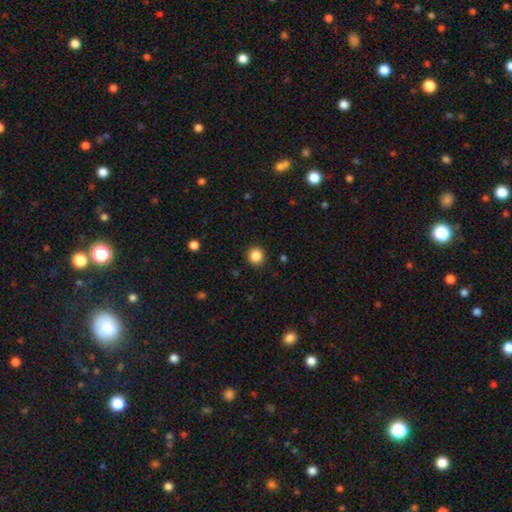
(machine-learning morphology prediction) smooth-or-featured: smooth: 86% | star or artifact: 11% | featured or disk: 3%
  how-rounded: round: 91% | in between: 8% | cigar-shaped: 1%
  merging: none: 91% | minor disturbance: 6% | major disturbance: 2% | merger: 1%